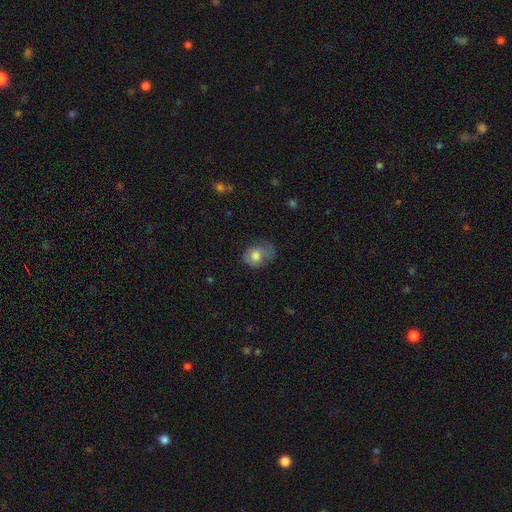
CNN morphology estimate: smooth 73%, featured or disk 19%, star or artifact 8%. Down the decision tree: how rounded — in between (56%); merging — none (45%).